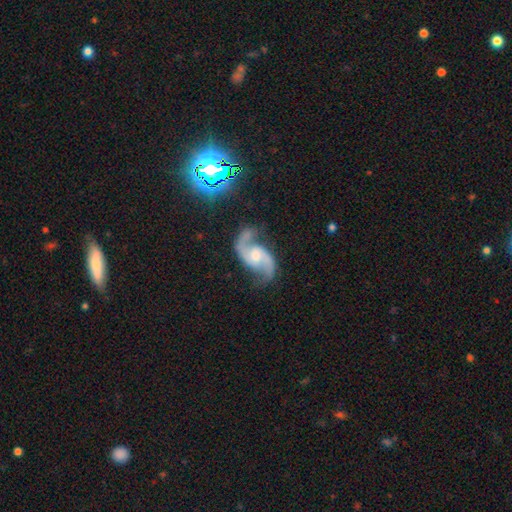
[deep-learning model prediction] Smooth or featured?
  - featured or disk: 90% *
  - star or artifact: 5%
  - smooth: 5%
Edge-on disk?
  - no: 98% *
  - yes: 2%
Bar?
  - no: 45% *
  - weak: 44%
  - strong: 11%
Spiral arms?
  - yes: 98% *
  - no: 2%
Spiral winding?
  - loose: 53% *
  - medium: 40%
  - tight: 8%
Spiral arm count?
  - 2: 94% *
  - can't tell: 2%
  - 1: 2%
  - 3: 1%
  - 4: 1%
  - more than 4: 1%
Bulge size?
  - moderate: 51% *
  - small: 36%
  - none: 6%
  - large: 5%
  - dominant: 1%
Merging?
  - none: 70% *
  - minor disturbance: 17%
  - major disturbance: 9%
  - merger: 4%